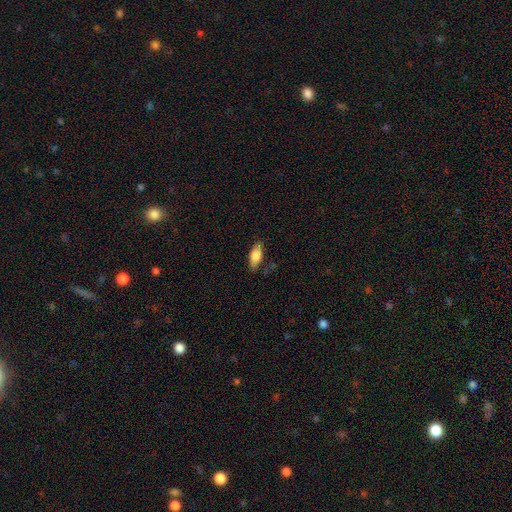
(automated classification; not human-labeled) smooth_or_featured: smooth (p=0.75) [alt: featured or disk p=0.18]
how_rounded: in between (p=0.78) [alt: cigar-shaped p=0.19]
merging: none (p=0.78) [alt: minor disturbance p=0.16]